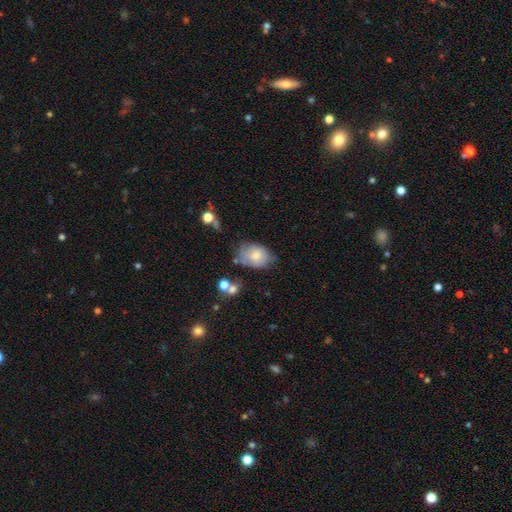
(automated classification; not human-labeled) Overall: smooth (74%). How rounded: in between (77%). Merging: none (53%; minor disturbance 32%).